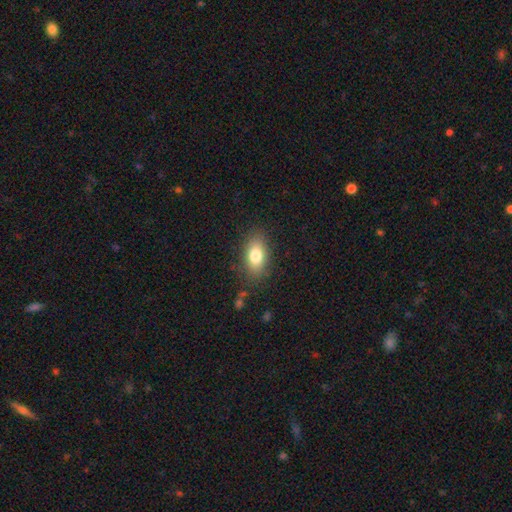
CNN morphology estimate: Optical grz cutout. It shows a smooth galaxy with no disk features (80%) that is in between round and cigar-shaped (87%). Merging: none (83%).